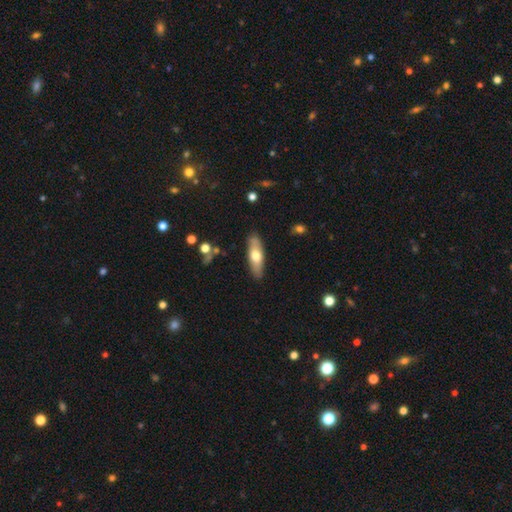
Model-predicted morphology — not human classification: The model was most divided on "how rounded" (2-way tie): in between: 49%, cigar-shaped: 49%, round: 2%. More confident: merging — none (85%); smooth or featured — smooth (60%).